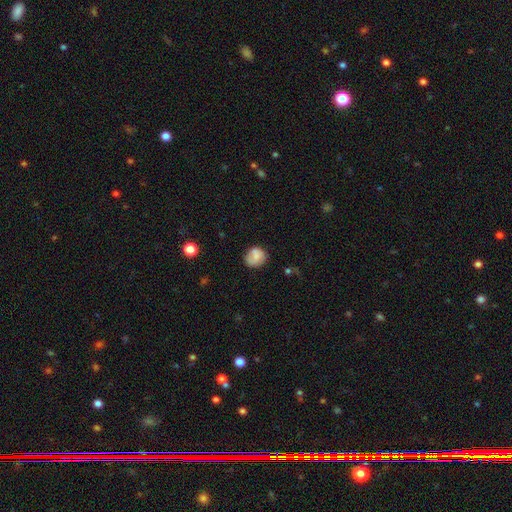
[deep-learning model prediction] smooth-or-featured: smooth: 74% | featured or disk: 17% | star or artifact: 9%
  how-rounded: round: 72% | in between: 27% | cigar-shaped: 1%
  merging: none: 66% | minor disturbance: 23% | major disturbance: 7% | merger: 4%